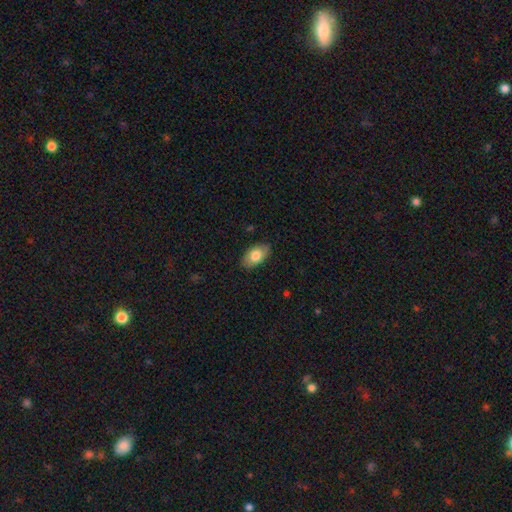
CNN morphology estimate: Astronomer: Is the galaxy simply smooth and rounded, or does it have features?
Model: smooth — 80%.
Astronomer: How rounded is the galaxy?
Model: in between — 93%.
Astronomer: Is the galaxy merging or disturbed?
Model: none — 86%.